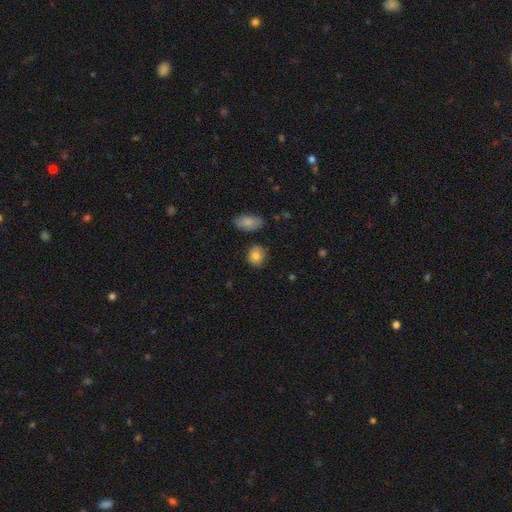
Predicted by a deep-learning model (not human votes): Smooth or featured: smooth — 82% (featured or disk — 9%)
How rounded: round — 71% (in between — 27%)
Merging: none — 76% (minor disturbance — 17%)